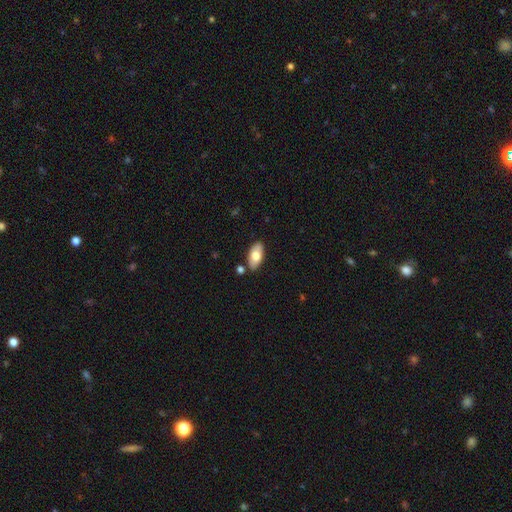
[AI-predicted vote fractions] smooth-or-featured: smooth: 73% | featured or disk: 21% | star or artifact: 6%
  how-rounded: in between: 93% | cigar-shaped: 4% | round: 3%
  merging: none: 84% | minor disturbance: 10% | merger: 4% | major disturbance: 2%